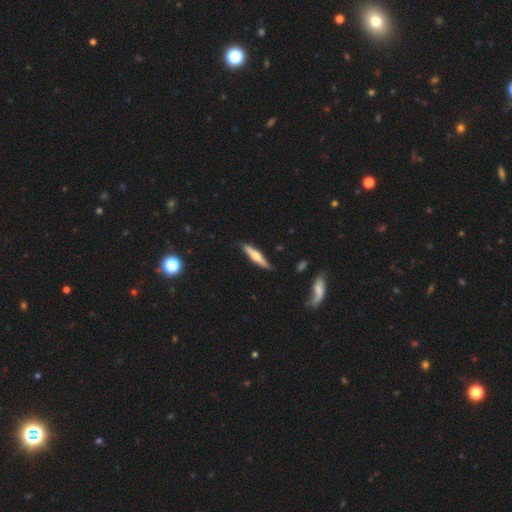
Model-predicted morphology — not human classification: Q: Smooth or featured?
A: featured or disk (56%); runner-up: smooth (39%)
Q: Edge-on disk?
A: yes (94%); runner-up: no (6%)
Q: Edge-on bulge?
A: rounded (90%); runner-up: none (5%)
Q: Merging?
A: none (84%); runner-up: minor disturbance (12%)